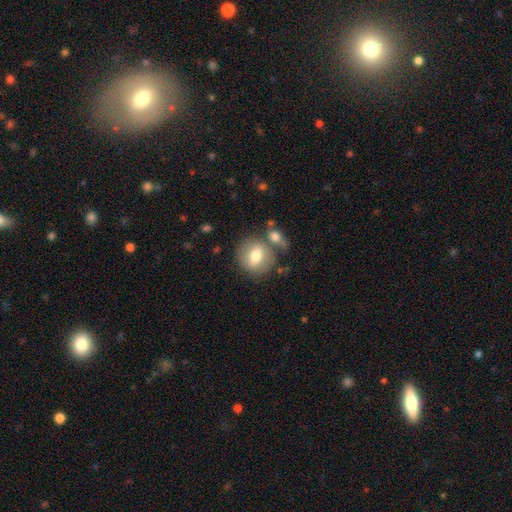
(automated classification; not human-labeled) smooth-or-featured: smooth: 68% | featured or disk: 24% | star or artifact: 7%
  how-rounded: round: 84% | in between: 15% | cigar-shaped: 1%
  merging: none: 66% | merger: 19% | minor disturbance: 11% | major disturbance: 4%